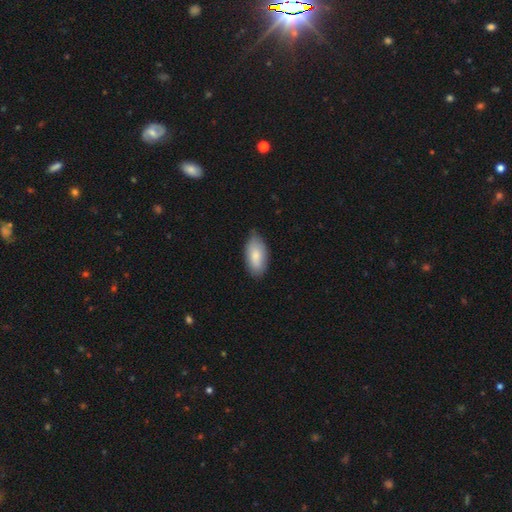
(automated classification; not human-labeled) Smooth or featured? Predicted: smooth (p=0.81). How rounded? Predicted: in between (p=0.93). Merging? Predicted: none (p=0.74).